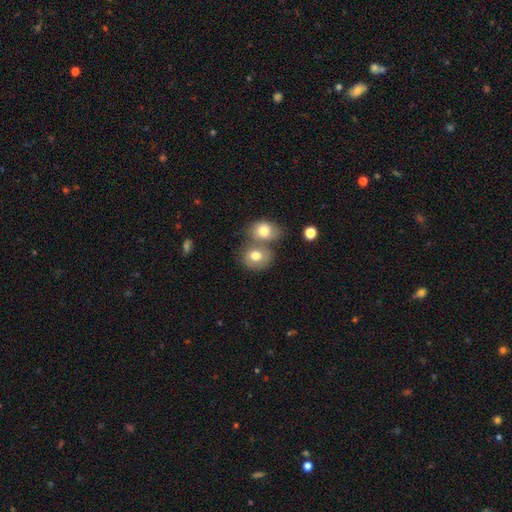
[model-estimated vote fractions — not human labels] Smooth or featured: smooth — 76% (featured or disk — 15%)
How rounded: round — 60% (in between — 39%)
Merging: merger — 50% (none — 37%)